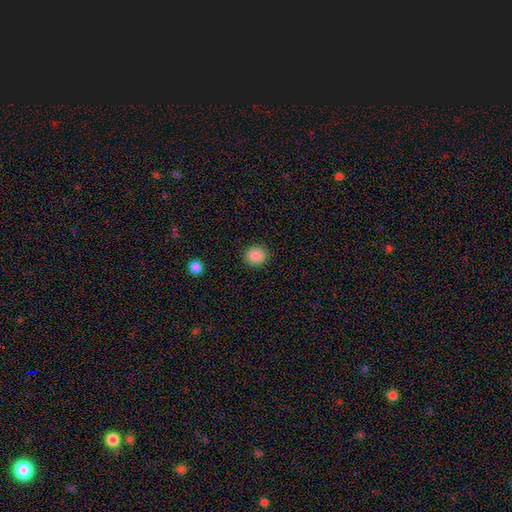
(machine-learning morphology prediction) Smooth or featured? Predicted: smooth (p=0.88). How rounded? Predicted: round (p=0.79). Merging? Predicted: none (p=0.90).